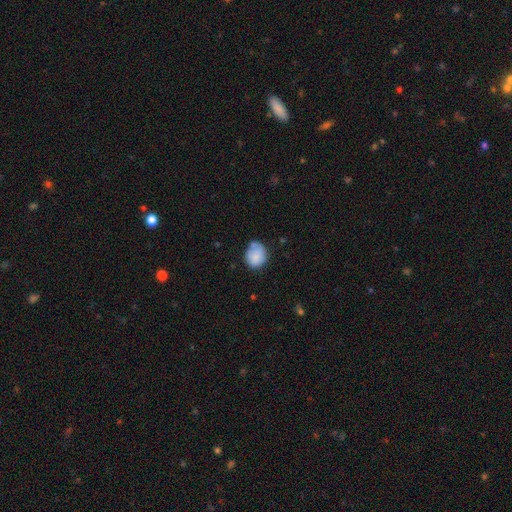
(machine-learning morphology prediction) Smooth or featured? Predicted: smooth (p=0.82). How rounded? Predicted: round (p=0.57). Merging? Predicted: none (p=0.55).